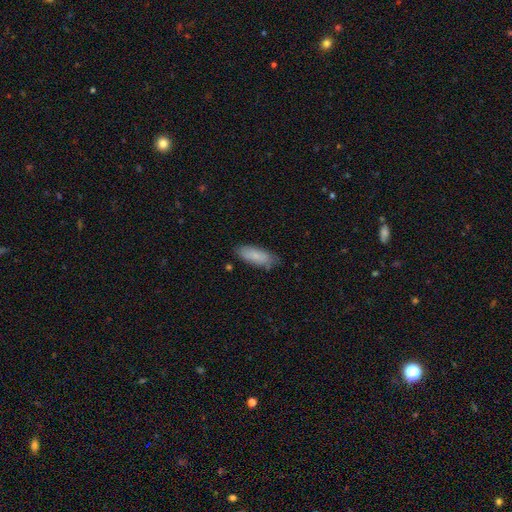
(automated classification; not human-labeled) This is likely a smooth galaxy (79%). How rounded: likely in between (75%). Merging: likely none (72%).